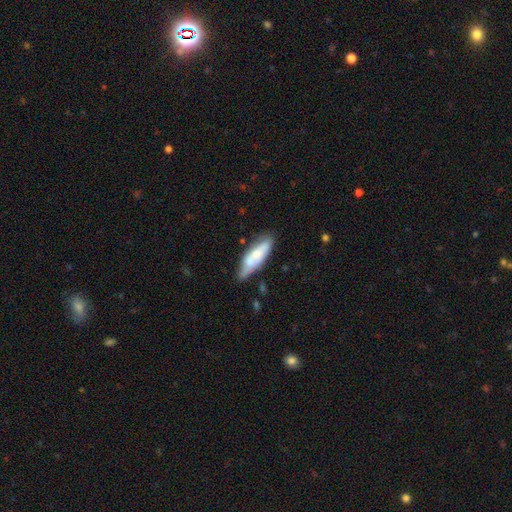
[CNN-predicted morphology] A smooth galaxy with no disk features (56%) that is in between round and cigar-shaped (55%).

Vote fractions:
- Smooth or featured? smooth: 56% / featured or disk: 38% / star or artifact: 6%
- How rounded? in between: 55% / cigar-shaped: 43% / round: 2%
- Merging? none: 56% / minor disturbance: 29% / merger: 8% / major disturbance: 8%